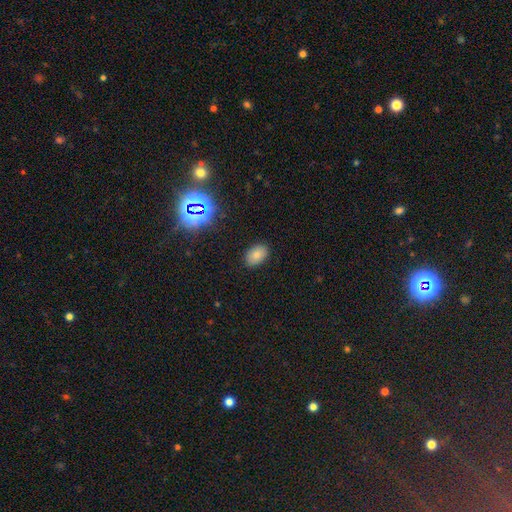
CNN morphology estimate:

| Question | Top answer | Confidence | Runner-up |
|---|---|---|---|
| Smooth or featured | smooth | 78% | star or artifact (13%) |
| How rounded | in between | 87% | round (12%) |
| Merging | none | 87% | minor disturbance (9%) |